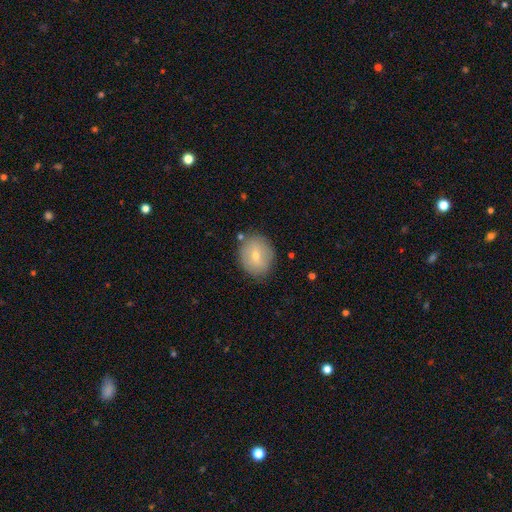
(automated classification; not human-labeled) The model was most divided on "how rounded": round: 63%, in between: 36%, cigar-shaped: 1%. More confident: merging — none (79%); smooth or featured — smooth (68%).